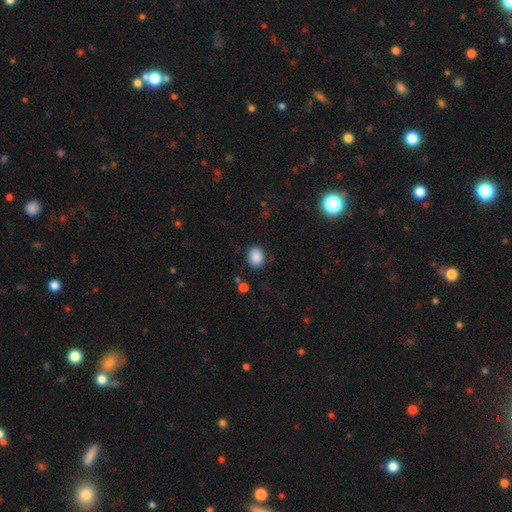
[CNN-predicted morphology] smooth 88%, star or artifact 9%, featured or disk 3%. Down the decision tree: how rounded — round (50%); merging — none (84%).